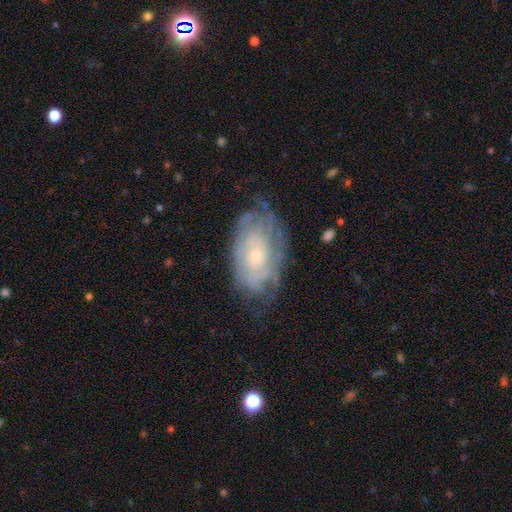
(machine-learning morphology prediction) A featured or disk galaxy (74%) with no bar (82%), tight (72%) spiral arms (82%) and a small central bulge (73%). Merging: none (65%).